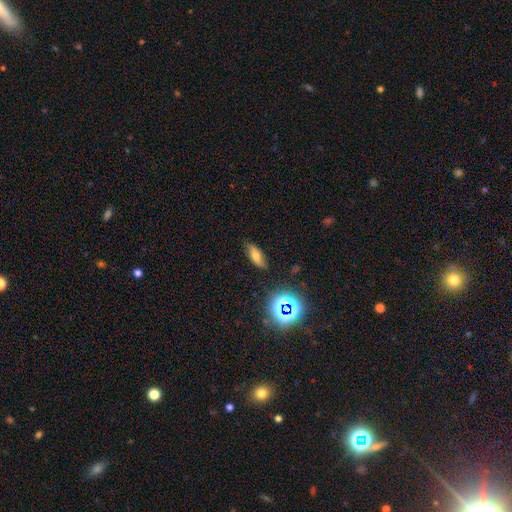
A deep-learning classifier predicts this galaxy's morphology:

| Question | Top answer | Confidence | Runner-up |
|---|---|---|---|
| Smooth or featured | smooth | 62% | featured or disk (21%) |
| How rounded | in between | 65% | cigar-shaped (30%) |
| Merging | none | 80% | minor disturbance (15%) |